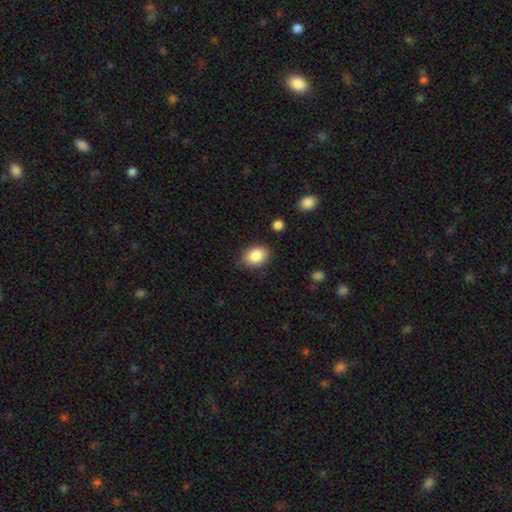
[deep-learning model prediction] Overall: smooth (85%). How rounded: in between (66%; round 33%). Merging: none (83%).